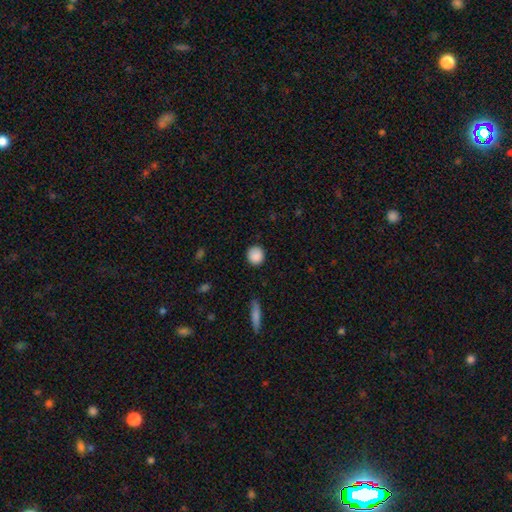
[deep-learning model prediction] This appears to be a smooth galaxy with no disk features (88%) that is round (88%). Merging: none (88%).